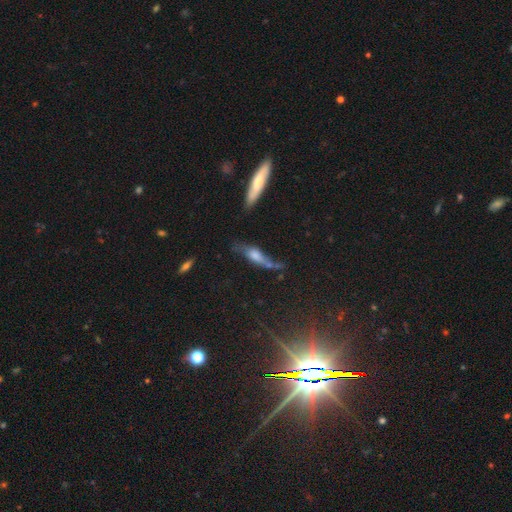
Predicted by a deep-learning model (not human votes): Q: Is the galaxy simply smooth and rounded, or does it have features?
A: smooth — 47%.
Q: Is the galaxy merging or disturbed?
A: none — 38%.